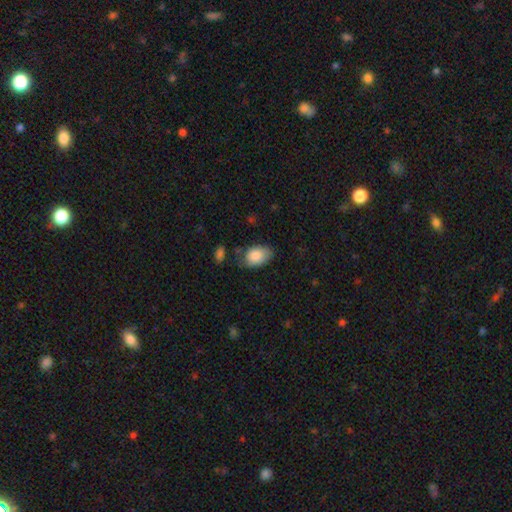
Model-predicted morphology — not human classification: smooth_or_featured: smooth (p=0.85) [alt: featured or disk p=0.08]
how_rounded: in between (p=0.88) [alt: round p=0.11]
merging: none (p=0.60) [alt: minor disturbance p=0.28]